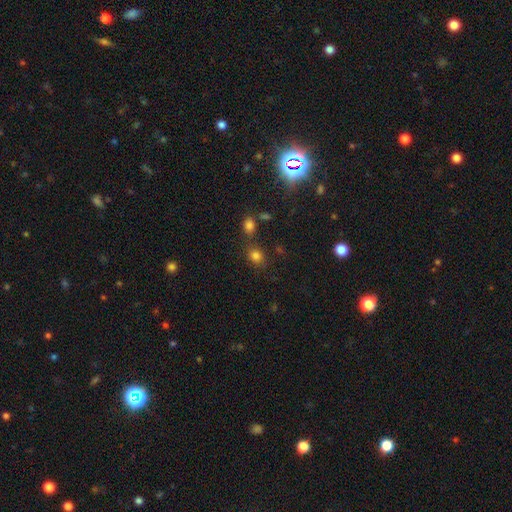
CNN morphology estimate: Smooth or featured: smooth — 78% (star or artifact — 15%)
How rounded: round — 64% (in between — 35%)
Merging: none — 72% (minor disturbance — 13%)